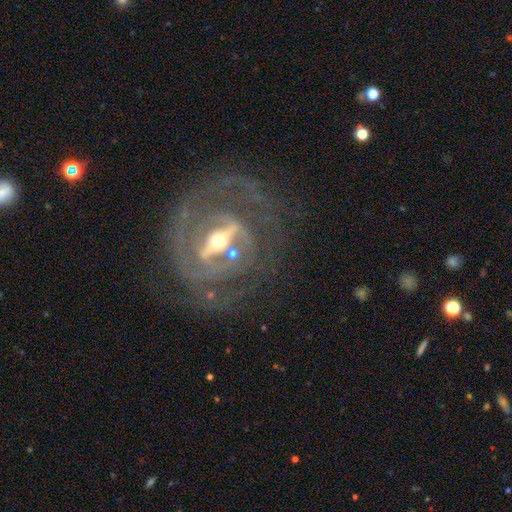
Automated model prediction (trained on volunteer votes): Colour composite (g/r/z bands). It shows a featured or disk galaxy (84%) with a strong bar (51%), 2 (36%) tight (61%) spiral arms (80%) and a moderate central bulge (53%). Merging: none (67%).